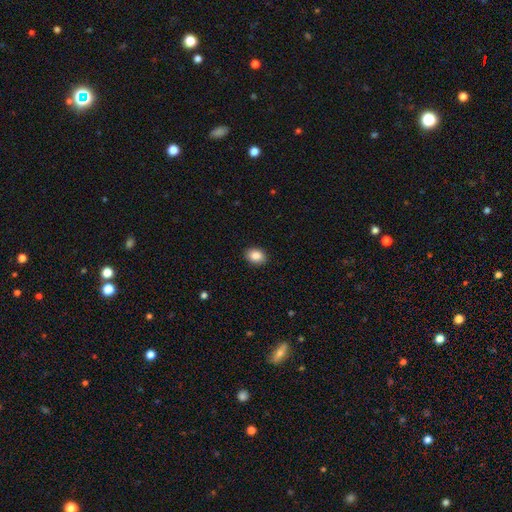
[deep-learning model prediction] smooth-or-featured: smooth: 87% | star or artifact: 8% | featured or disk: 4%
  how-rounded: in between: 66% | round: 33% | cigar-shaped: 1%
  merging: none: 90% | minor disturbance: 7% | major disturbance: 2% | merger: 1%